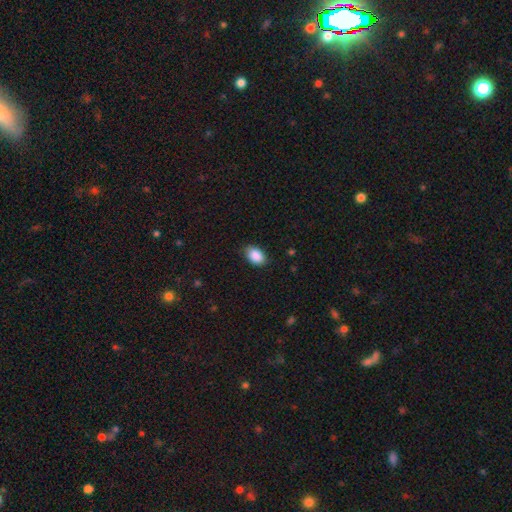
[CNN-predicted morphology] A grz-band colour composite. It shows a smooth galaxy with no disk features (89%) that is in between round and cigar-shaped (87%). Merging: none (83%).